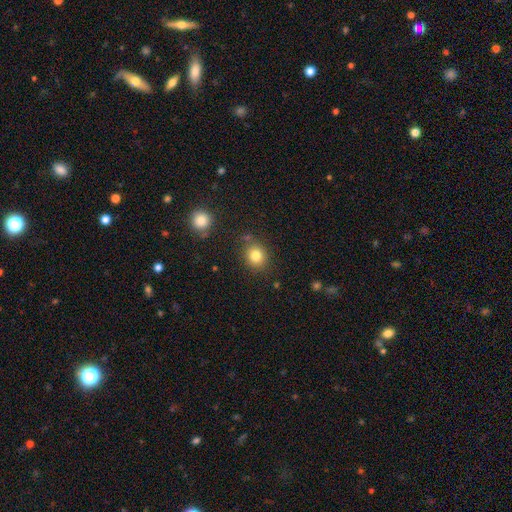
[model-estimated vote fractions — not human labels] Smooth or featured? Predicted: smooth (p=0.81). How rounded? Predicted: round (p=0.73). Merging? Predicted: none (p=0.78).